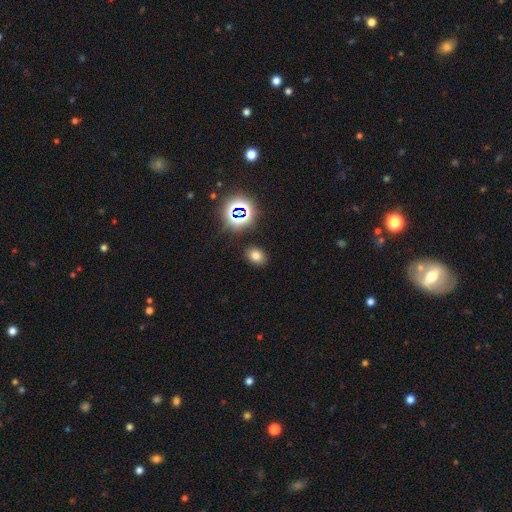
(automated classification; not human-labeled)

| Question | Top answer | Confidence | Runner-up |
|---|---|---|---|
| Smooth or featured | smooth | 71% | star or artifact (21%) |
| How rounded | in between | 63% | round (36%) |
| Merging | none | 87% | minor disturbance (8%) |